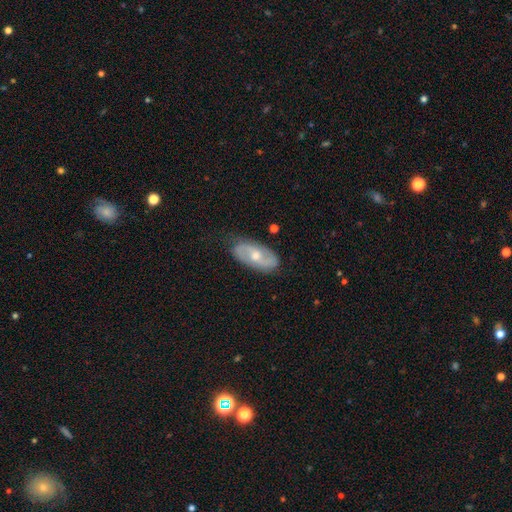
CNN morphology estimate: Smooth or featured?
  - featured or disk: 71% *
  - smooth: 24%
  - star or artifact: 5%
Edge-on disk?
  - no: 93% *
  - yes: 7%
Bar?
  - no: 51% *
  - weak: 39%
  - strong: 10%
Spiral arms?
  - yes: 87% *
  - no: 13%
Spiral winding?
  - medium: 43% *
  - loose: 33%
  - tight: 23%
Spiral arm count?
  - 2: 86% *
  - can't tell: 9%
  - 1: 2%
  - 3: 1%
  - 4: 1%
  - more than 4: 1%
Bulge size?
  - moderate: 66% *
  - small: 28%
  - large: 3%
  - none: 1%
  - dominant: 1%
Merging?
  - none: 79% *
  - minor disturbance: 16%
  - major disturbance: 4%
  - merger: 1%